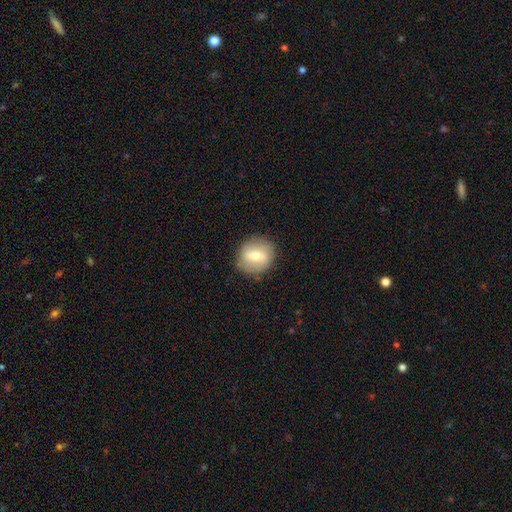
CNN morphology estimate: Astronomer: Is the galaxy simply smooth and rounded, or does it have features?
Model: smooth — 53% (runner-up: featured or disk, 39%).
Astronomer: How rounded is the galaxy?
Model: round — 82%.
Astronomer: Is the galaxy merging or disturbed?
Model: none — 85%.